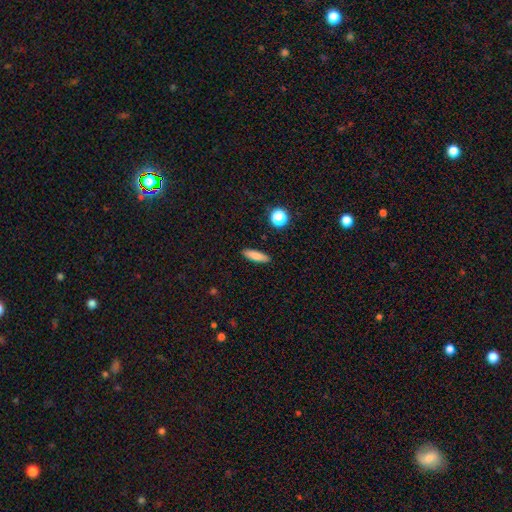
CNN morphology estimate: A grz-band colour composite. It shows a smooth galaxy with no disk features (80%) that is cigar-shaped (54%). Merging: none (89%).